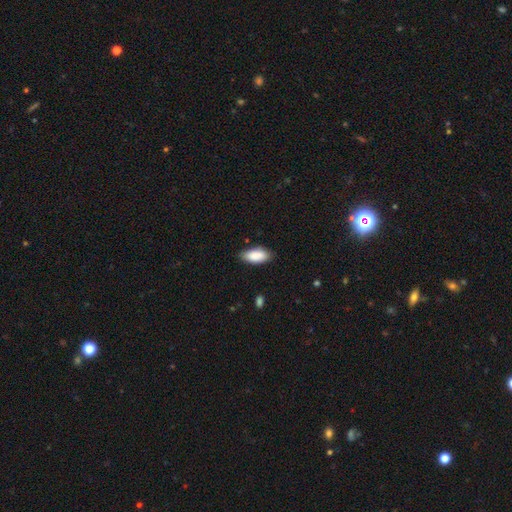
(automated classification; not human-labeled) smooth_or_featured: smooth (p=0.89) [alt: star or artifact p=0.06]
how_rounded: in between (p=0.90) [alt: cigar-shaped p=0.08]
merging: none (p=0.82) [alt: minor disturbance p=0.15]